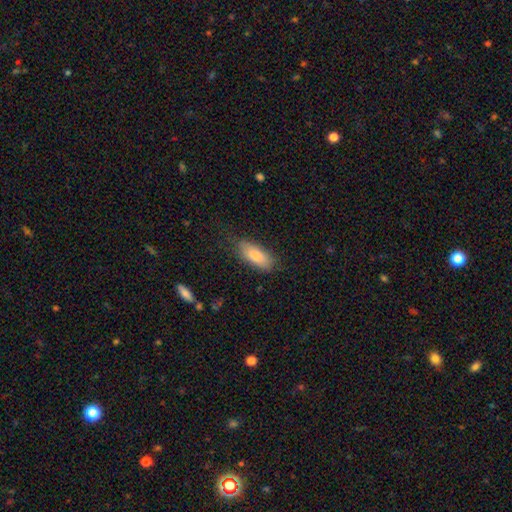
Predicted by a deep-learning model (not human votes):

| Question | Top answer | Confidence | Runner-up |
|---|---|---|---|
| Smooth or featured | smooth | 80% | featured or disk (13%) |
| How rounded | in between | 82% | cigar-shaped (16%) |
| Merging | none | 73% | minor disturbance (20%) |